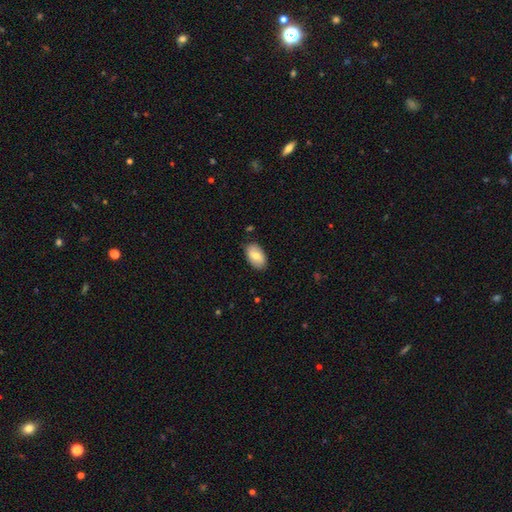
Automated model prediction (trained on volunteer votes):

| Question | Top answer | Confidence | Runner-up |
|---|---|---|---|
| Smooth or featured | smooth | 73% | featured or disk (21%) |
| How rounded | in between | 93% | round (5%) |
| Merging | none | 83% | minor disturbance (13%) |